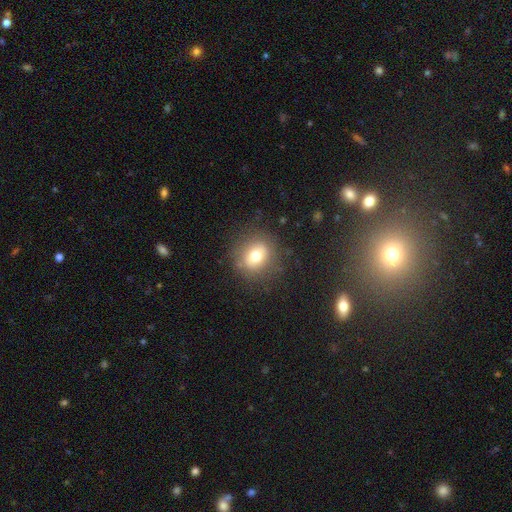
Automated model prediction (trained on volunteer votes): Q: Smooth or featured?
A: smooth (68%); runner-up: featured or disk (20%)
Q: How rounded?
A: round (74%); runner-up: in between (25%)
Q: Merging?
A: none (81%); runner-up: minor disturbance (12%)